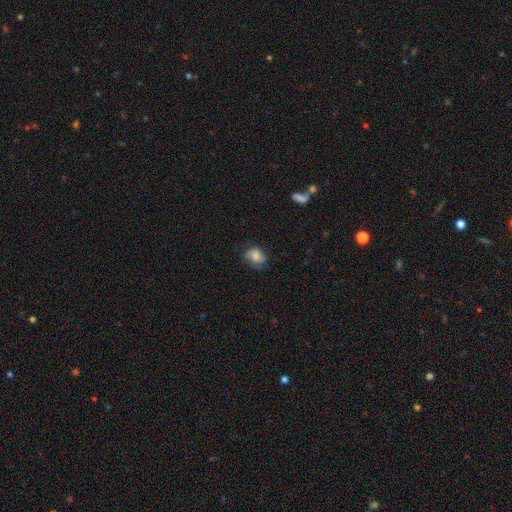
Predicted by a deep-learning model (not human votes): A smooth galaxy with no disk features (67%) that is in between round and cigar-shaped (61%).

Vote fractions:
- Smooth or featured? smooth: 67% / featured or disk: 24% / star or artifact: 9%
- How rounded? in between: 61% / round: 38% / cigar-shaped: 1%
- Merging? none: 60% / minor disturbance: 27% / major disturbance: 12% / merger: 1%